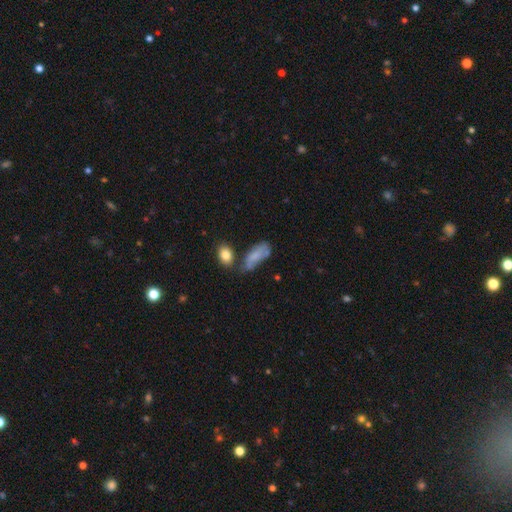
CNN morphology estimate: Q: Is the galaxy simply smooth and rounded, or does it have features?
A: smooth — 70%.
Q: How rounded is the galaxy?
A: in between — 76%.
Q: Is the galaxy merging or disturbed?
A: none — 41%.